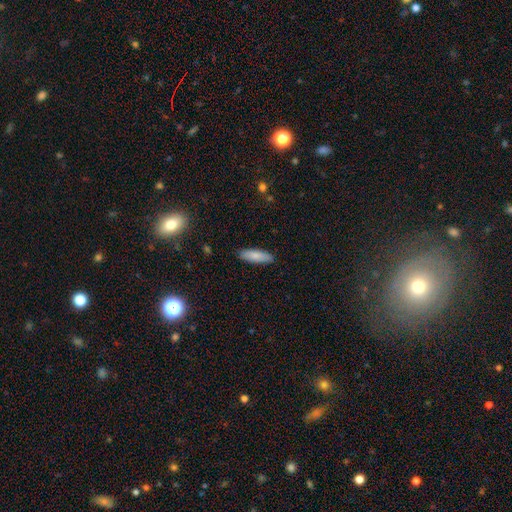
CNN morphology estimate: Overall: smooth (82%). How rounded: cigar-shaped (53%; in between 46%). Merging: none (89%).